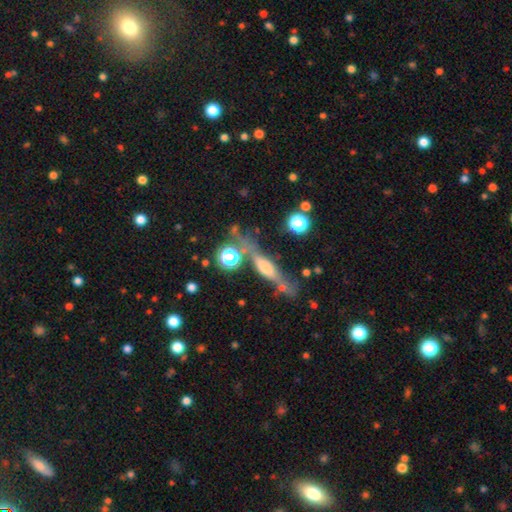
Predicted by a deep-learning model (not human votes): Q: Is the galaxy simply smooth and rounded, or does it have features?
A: featured or disk — 56%.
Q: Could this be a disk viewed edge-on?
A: yes — 84%.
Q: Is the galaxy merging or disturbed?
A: none — 65%.